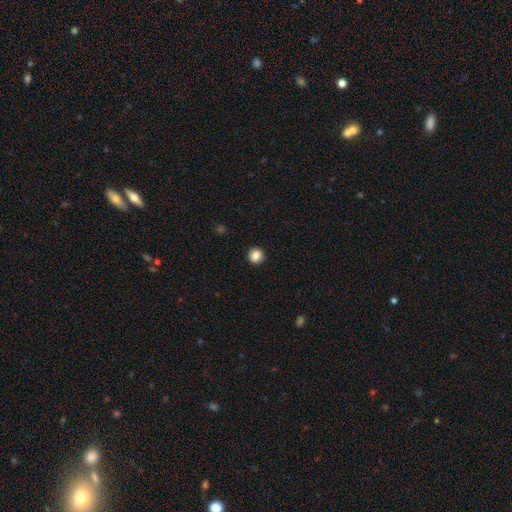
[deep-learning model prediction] Smooth or featured?
  - smooth: 85% *
  - star or artifact: 9%
  - featured or disk: 6%
How rounded?
  - round: 89% *
  - in between: 10%
  - cigar-shaped: 1%
Merging?
  - none: 92% *
  - minor disturbance: 5%
  - major disturbance: 2%
  - merger: 1%